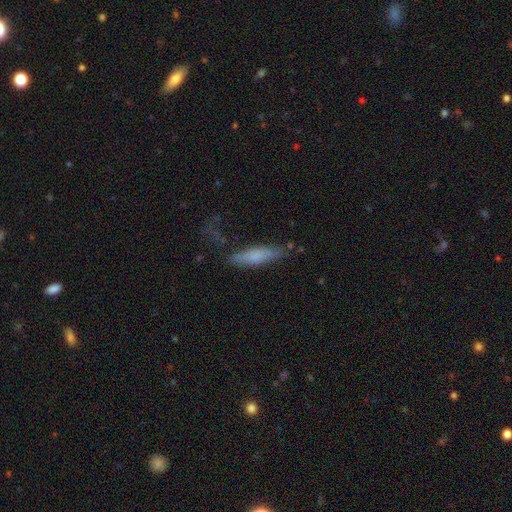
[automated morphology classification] A smooth galaxy with no disk features (66%) that is cigar-shaped (74%). Merging: none (63%).